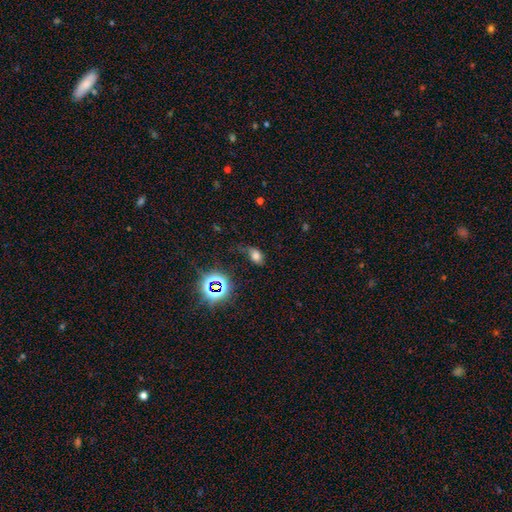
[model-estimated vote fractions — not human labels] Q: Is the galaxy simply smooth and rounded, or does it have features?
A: smooth — 61%.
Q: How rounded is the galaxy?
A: in between — 85%.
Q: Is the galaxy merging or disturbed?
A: none — 51%.